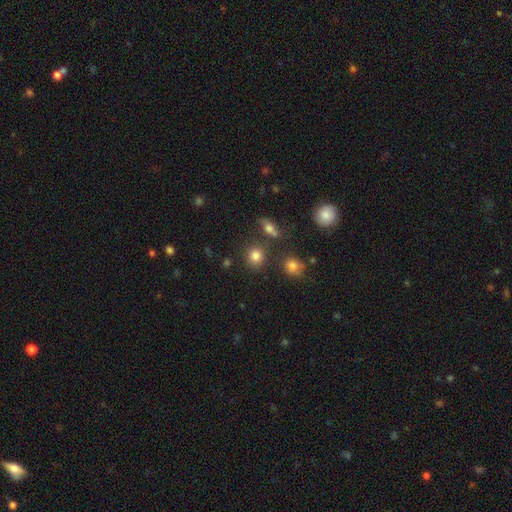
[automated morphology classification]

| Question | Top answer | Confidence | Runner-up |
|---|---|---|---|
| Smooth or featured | smooth | 80% | star or artifact (13%) |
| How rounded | round | 82% | in between (16%) |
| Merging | none | 79% | minor disturbance (9%) |